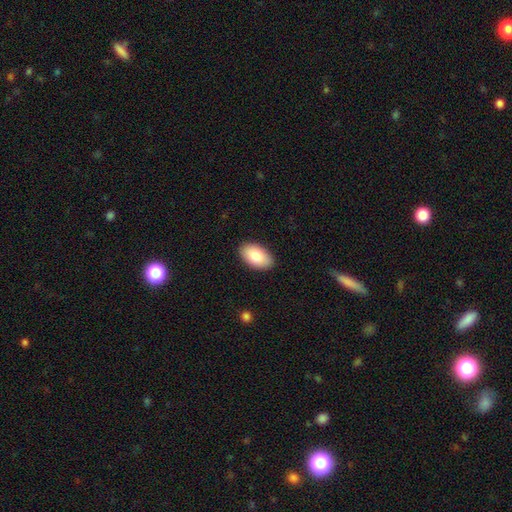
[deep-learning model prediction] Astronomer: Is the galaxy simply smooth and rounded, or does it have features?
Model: smooth — 84%.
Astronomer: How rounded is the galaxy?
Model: in between — 95%.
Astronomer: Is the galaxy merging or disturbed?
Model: none — 89%.